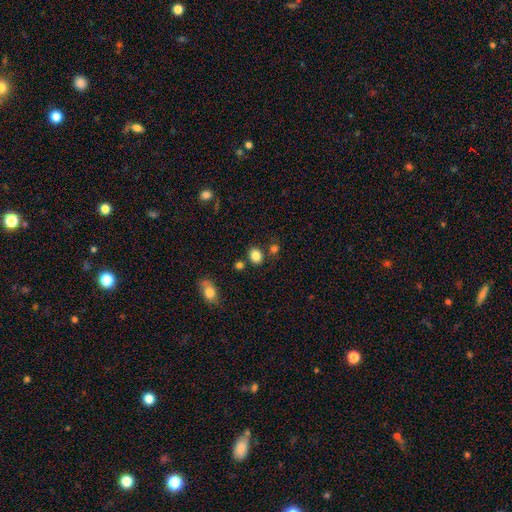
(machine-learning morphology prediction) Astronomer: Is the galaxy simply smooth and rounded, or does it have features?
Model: smooth — 84%.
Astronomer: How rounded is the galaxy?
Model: round — 52% (runner-up: in between, 47%).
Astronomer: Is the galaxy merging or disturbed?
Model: none — 77%.